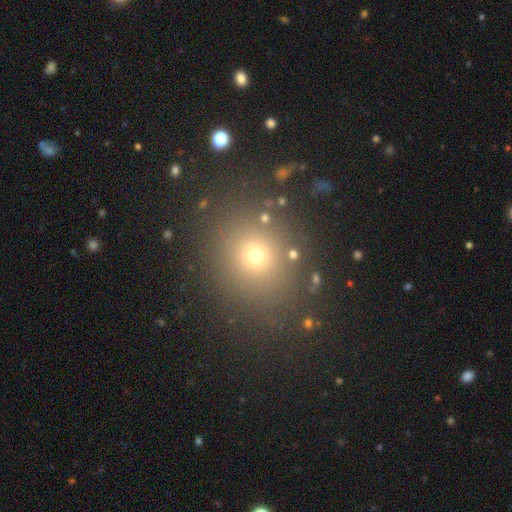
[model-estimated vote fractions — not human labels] A smooth galaxy with no disk features (65%) that is round (71%). Merging: none (86%).